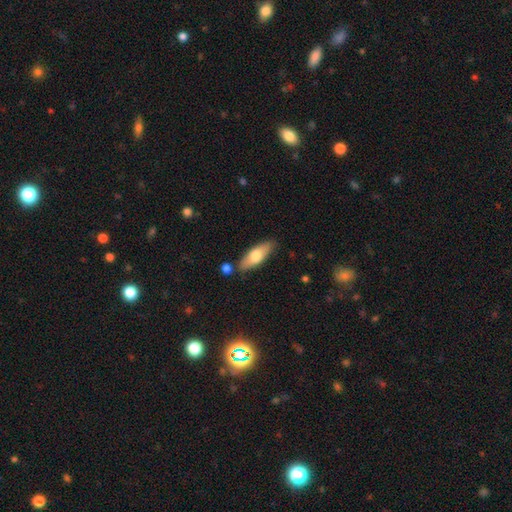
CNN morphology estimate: This appears to be a smooth galaxy with no disk features (65%) that is in between round and cigar-shaped (60%). Merging: none (82%).